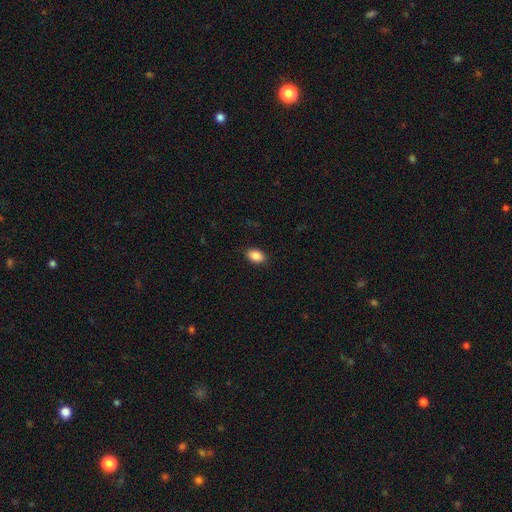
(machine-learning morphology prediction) This appears to be a smooth galaxy with no disk features (88%) that is in between round and cigar-shaped (88%). Merging: none (89%).